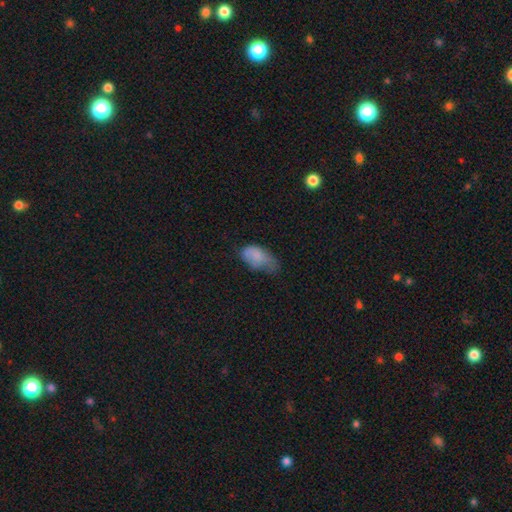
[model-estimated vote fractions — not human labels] Smooth or featured? Predicted: smooth (p=0.79). How rounded? Predicted: in between (p=0.93). Merging? Predicted: minor disturbance (p=0.42).